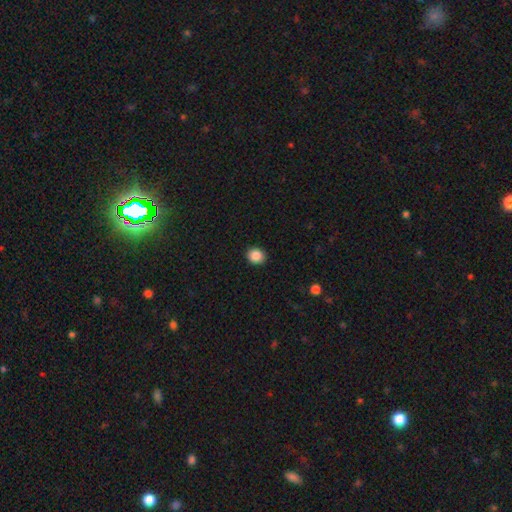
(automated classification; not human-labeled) Overall: smooth (88%). How rounded: round (78%). Merging: none (92%).